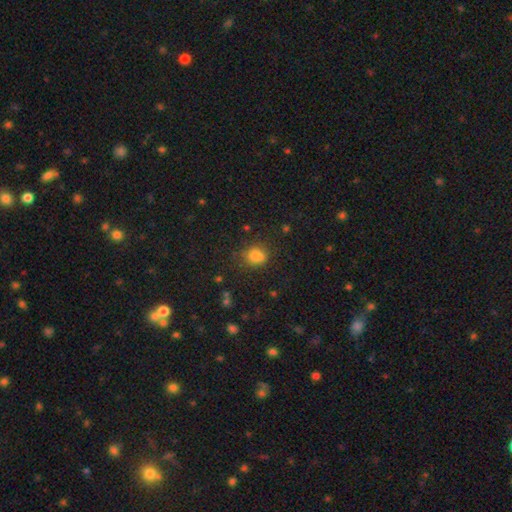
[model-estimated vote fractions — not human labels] Q: Smooth or featured?
A: smooth (79%); runner-up: star or artifact (14%)
Q: How rounded?
A: round (56%); runner-up: in between (43%)
Q: Merging?
A: none (67%); runner-up: minor disturbance (20%)